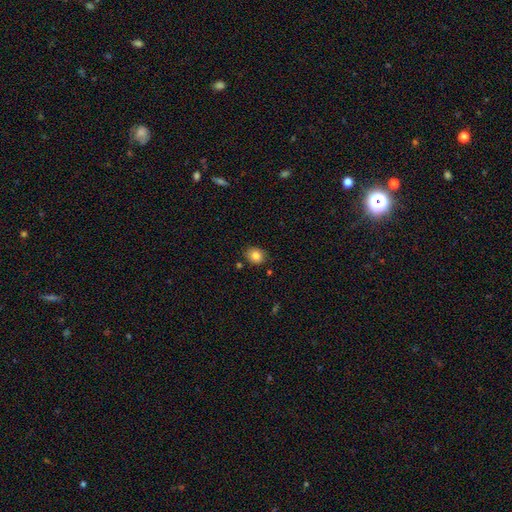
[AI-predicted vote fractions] smooth-or-featured: smooth: 83% | star or artifact: 10% | featured or disk: 7%
  how-rounded: round: 68% | in between: 31% | cigar-shaped: 1%
  merging: none: 82% | minor disturbance: 12% | merger: 3% | major disturbance: 2%